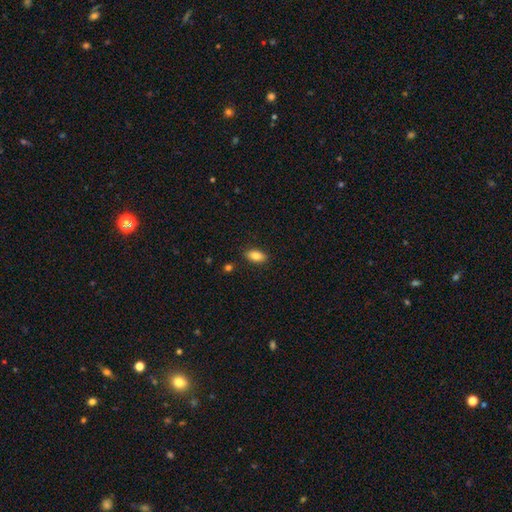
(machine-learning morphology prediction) The model was most divided on "smooth or featured": smooth: 85%, star or artifact: 8%, featured or disk: 8%. More confident: how rounded — in between (90%); merging — none (88%).